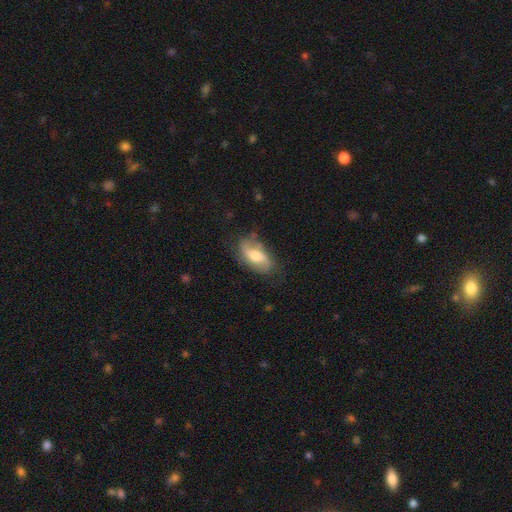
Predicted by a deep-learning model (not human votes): Smooth or featured? featured or disk (57%)
Edge-on disk? no (92%)
Bar? no (45%)
Spiral arms? yes (84%)
Bulge size? moderate (62%)
Merging? none (69%)